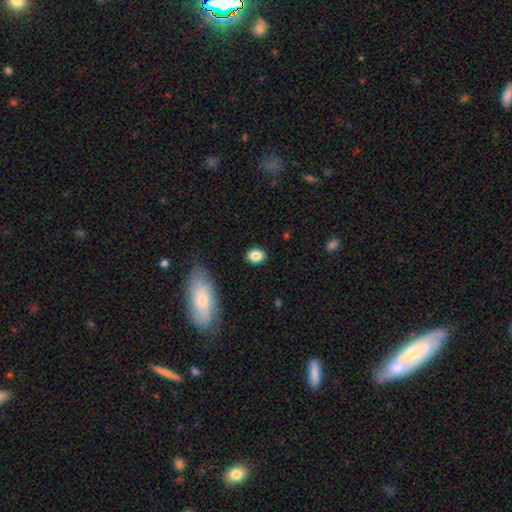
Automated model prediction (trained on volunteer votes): The model was most divided on "how rounded": in between: 73%, round: 25%, cigar-shaped: 2%. More confident: merging — none (87%); smooth or featured — smooth (85%).